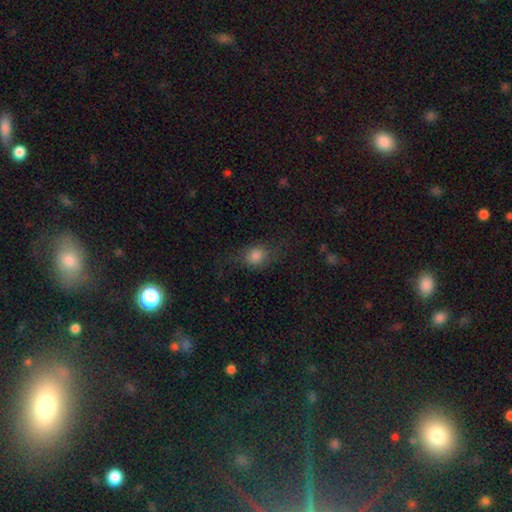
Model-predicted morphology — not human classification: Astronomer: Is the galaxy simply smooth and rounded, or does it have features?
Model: smooth — 73%.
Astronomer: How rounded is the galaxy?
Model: round — 52% (runner-up: in between, 45%).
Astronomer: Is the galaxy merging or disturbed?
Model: none — 63%.